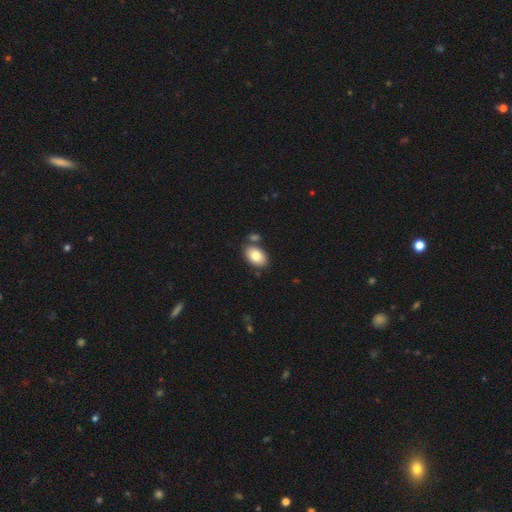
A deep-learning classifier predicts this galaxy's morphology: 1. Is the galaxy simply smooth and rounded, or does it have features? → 81% smooth, 12% featured or disk, 7% star or artifact.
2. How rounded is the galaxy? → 88% in between, 11% round, 1% cigar-shaped.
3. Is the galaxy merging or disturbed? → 74% none, 12% merger, 11% minor disturbance, 3% major disturbance.